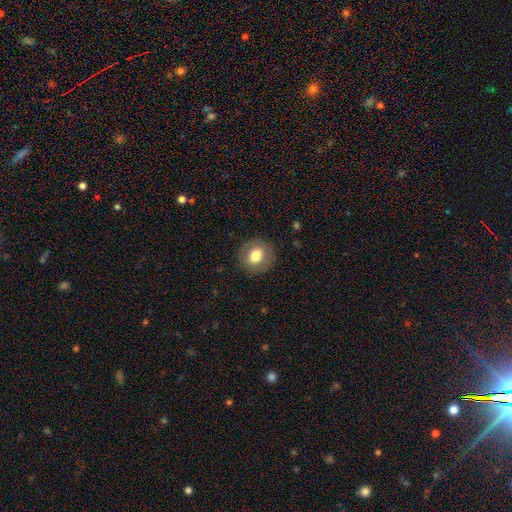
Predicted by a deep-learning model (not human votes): smooth-or-featured: smooth: 74% | featured or disk: 17% | star or artifact: 8%
  how-rounded: round: 79% | in between: 20% | cigar-shaped: 1%
  merging: none: 87% | minor disturbance: 8% | major disturbance: 3% | merger: 1%